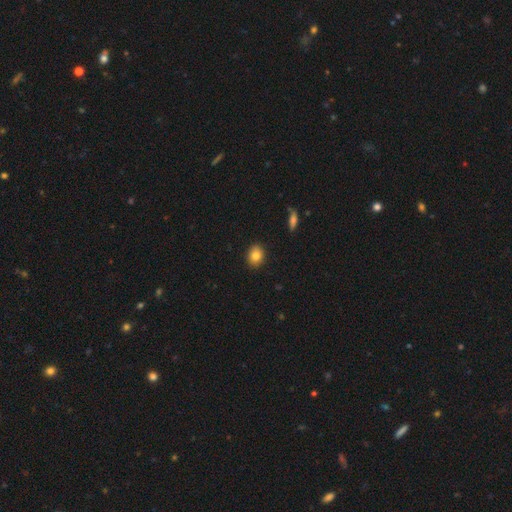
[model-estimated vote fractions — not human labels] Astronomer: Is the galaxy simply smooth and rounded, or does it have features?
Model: smooth — 83%.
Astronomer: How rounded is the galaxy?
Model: in between — 52% (runner-up: round, 47%).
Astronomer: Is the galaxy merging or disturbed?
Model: none — 89%.